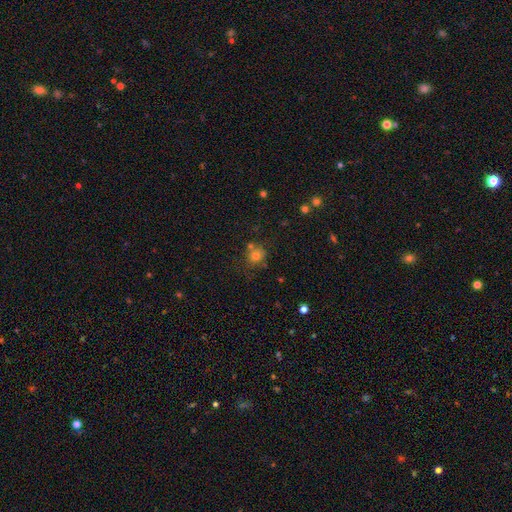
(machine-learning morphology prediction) type=smooth (75%); roundness=round (82%); merging=none (62%).